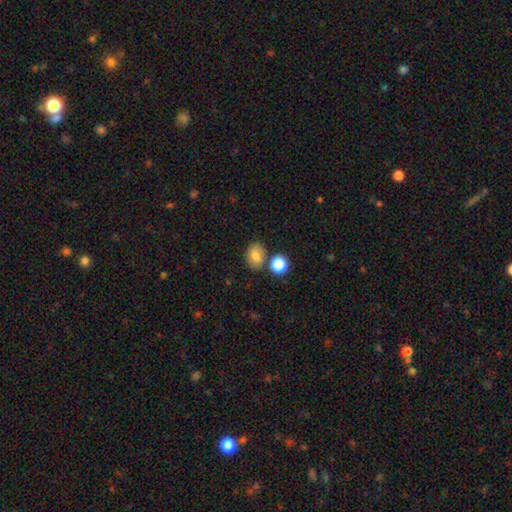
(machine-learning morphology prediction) Smooth or featured? smooth (81%)
How rounded? in between (64%)
Merging? none (70%)